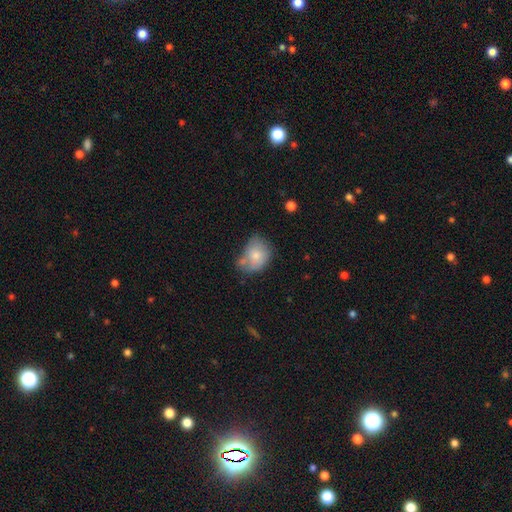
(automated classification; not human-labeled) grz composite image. It shows a smooth galaxy with no disk features (73%) that is in between round and cigar-shaped (57%). Merging: none (38%).